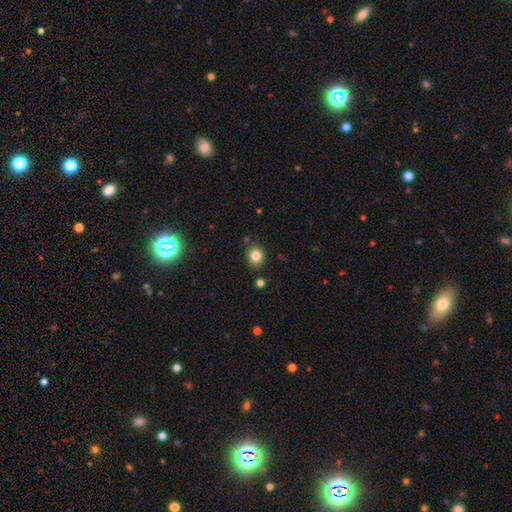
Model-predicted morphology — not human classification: Smooth or featured? Predicted: smooth (p=0.84). How rounded? Predicted: round (p=0.68). Merging? Predicted: none (p=0.84).